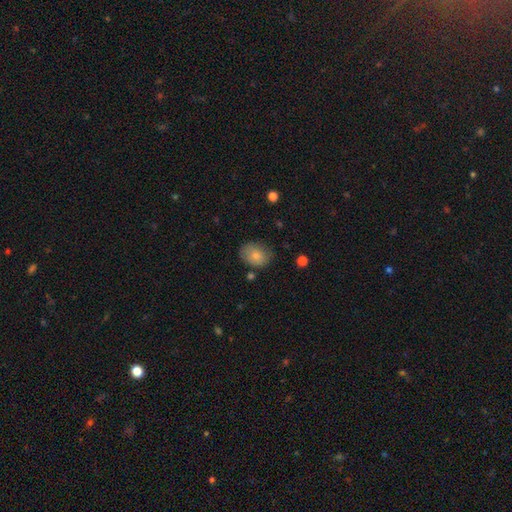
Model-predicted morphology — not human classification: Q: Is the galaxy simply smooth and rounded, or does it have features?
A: smooth — 78%.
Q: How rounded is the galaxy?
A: in between — 66%.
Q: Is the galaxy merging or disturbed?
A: none — 73%.